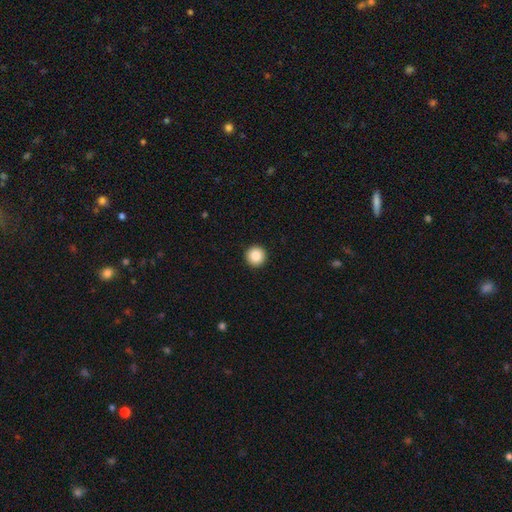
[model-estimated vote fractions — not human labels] Q: Smooth or featured?
A: smooth (86%); runner-up: star or artifact (9%)
Q: How rounded?
A: round (97%); runner-up: in between (2%)
Q: Merging?
A: none (94%); runner-up: minor disturbance (4%)